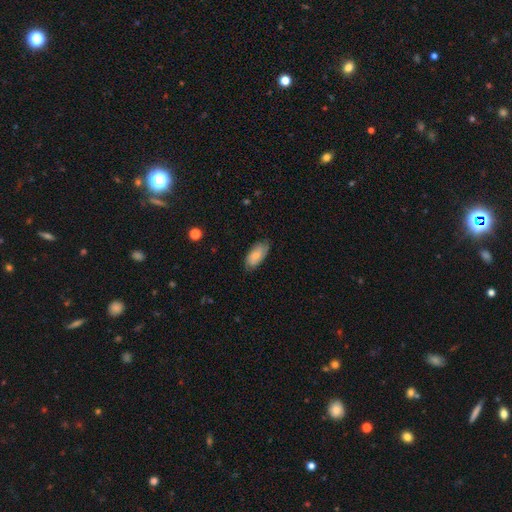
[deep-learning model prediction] smooth-or-featured: smooth: 71% | featured or disk: 22% | star or artifact: 7%
  how-rounded: in between: 91% | cigar-shaped: 7% | round: 3%
  merging: none: 75% | minor disturbance: 20% | major disturbance: 4% | merger: 1%